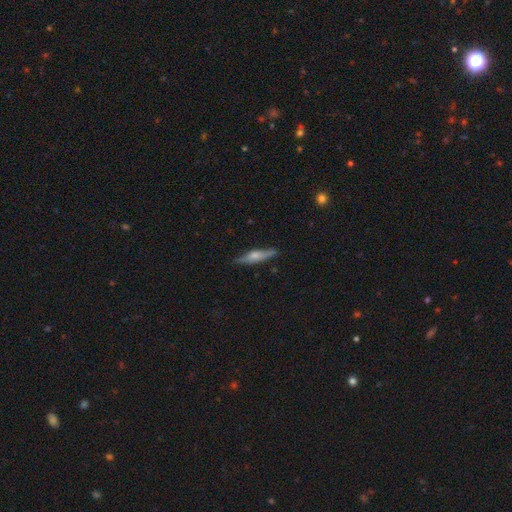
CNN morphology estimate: This is possibly a featured or disk galaxy (52%). It is clearly viewed edge-on (92%). Merging: clearly none (81%).